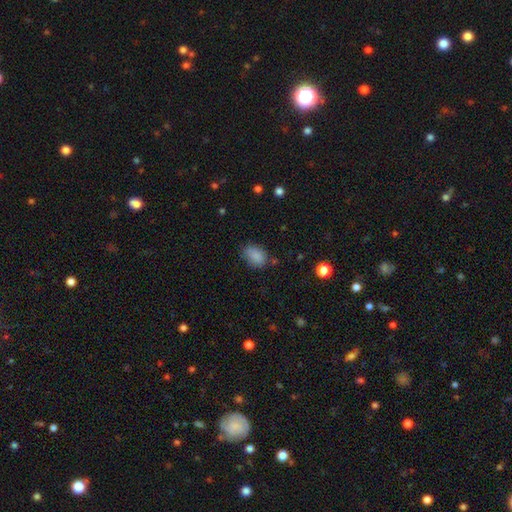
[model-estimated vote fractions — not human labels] The model was most divided on "merging": none: 72%, minor disturbance: 21%, major disturbance: 5%, merger: 3%. More confident: smooth or featured — smooth (86%); how rounded — in between (82%).